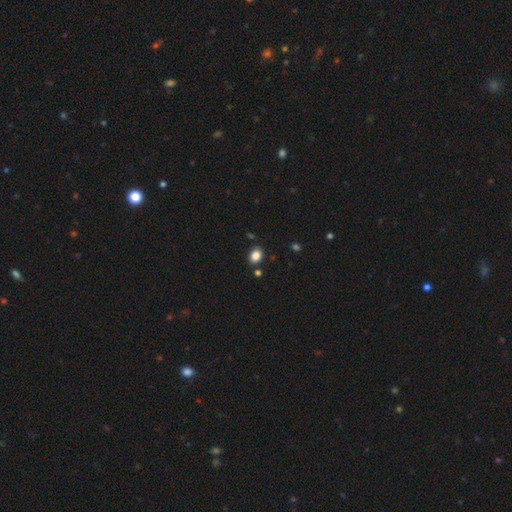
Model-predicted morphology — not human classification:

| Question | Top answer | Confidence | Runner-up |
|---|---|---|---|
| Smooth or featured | smooth | 86% | star or artifact (10%) |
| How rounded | in between | 59% | round (40%) |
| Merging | none | 84% | minor disturbance (9%) |